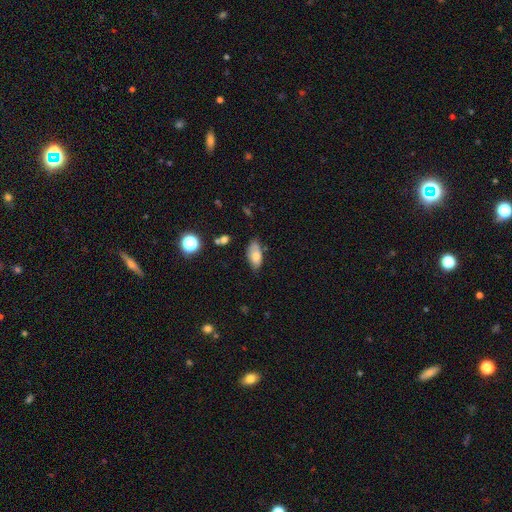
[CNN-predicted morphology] Smooth or featured: smooth — 76% (featured or disk — 16%)
How rounded: in between — 91% (cigar-shaped — 6%)
Merging: none — 66% (minor disturbance — 26%)